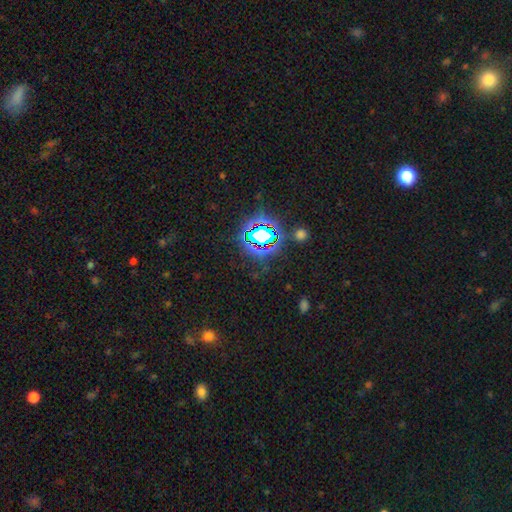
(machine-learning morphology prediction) Smooth or featured? Predicted: star or artifact (p=0.77).